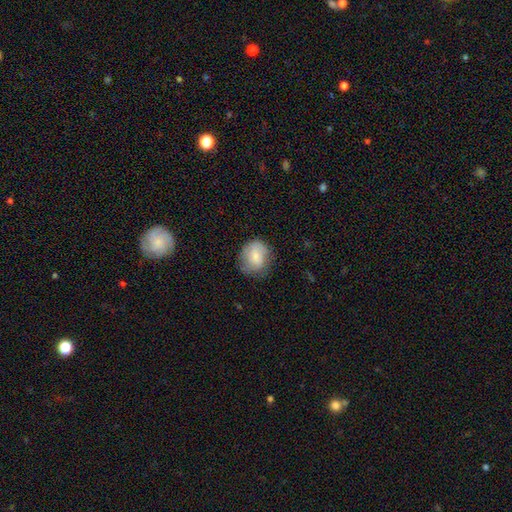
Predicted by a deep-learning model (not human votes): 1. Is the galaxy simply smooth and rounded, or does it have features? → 74% smooth, 19% featured or disk, 7% star or artifact.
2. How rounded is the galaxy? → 66% round, 33% in between, 1% cigar-shaped.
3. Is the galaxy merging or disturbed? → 66% none, 25% minor disturbance, 9% major disturbance, 1% merger.